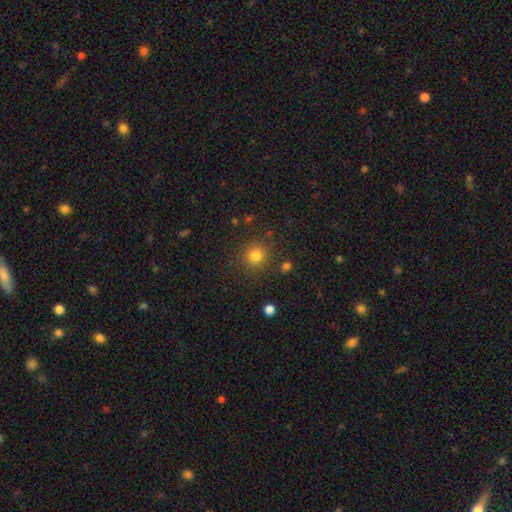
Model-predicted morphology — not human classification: Smooth or featured? smooth (81%)
How rounded? round (91%)
Merging? none (85%)